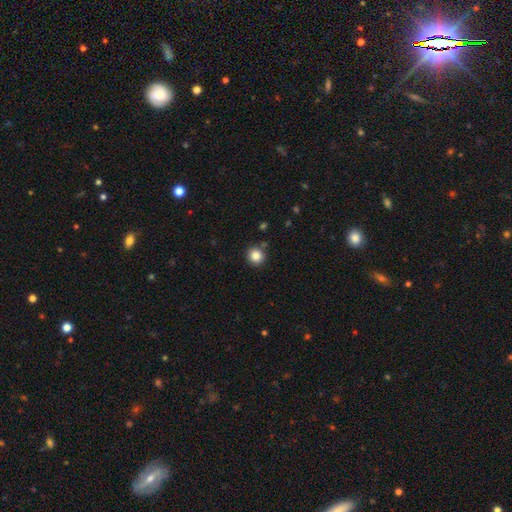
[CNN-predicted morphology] Smooth or featured?
  - smooth: 85% *
  - star or artifact: 11%
  - featured or disk: 5%
How rounded?
  - round: 92% *
  - in between: 7%
  - cigar-shaped: 1%
Merging?
  - none: 88% *
  - minor disturbance: 7%
  - merger: 3%
  - major disturbance: 2%